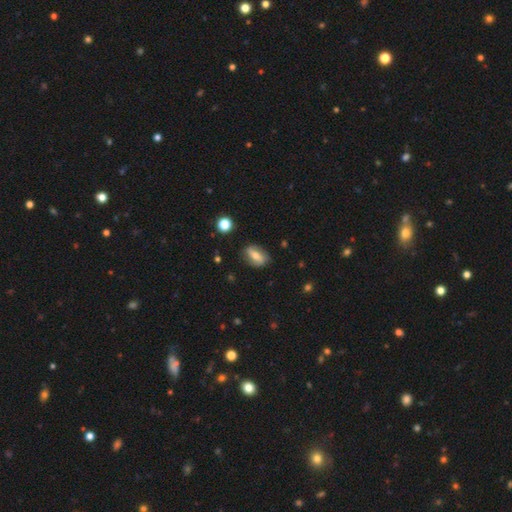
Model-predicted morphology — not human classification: The model was most divided on "smooth or featured" (2-way tie): featured or disk: 46%, smooth: 46%, star or artifact: 8%. More confident: merging — none (79%).